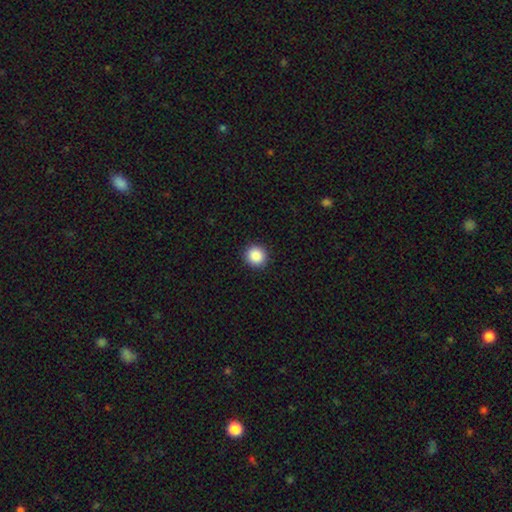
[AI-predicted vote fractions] A smooth galaxy with no disk features (88%) that is round (92%). Merging: none (92%).